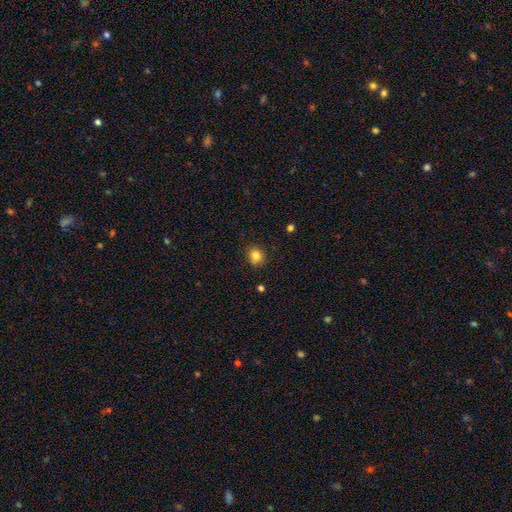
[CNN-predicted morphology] smooth-or-featured: smooth: 83% | star or artifact: 11% | featured or disk: 6%
  how-rounded: round: 79% | in between: 20% | cigar-shaped: 1%
  merging: none: 82% | minor disturbance: 13% | major disturbance: 3% | merger: 2%